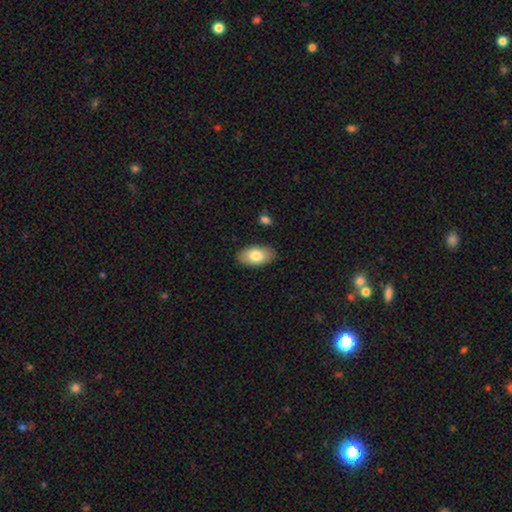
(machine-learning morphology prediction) The model was most divided on "smooth or featured": smooth: 79%, featured or disk: 15%, star or artifact: 7%. More confident: how rounded — in between (94%); merging — none (86%).